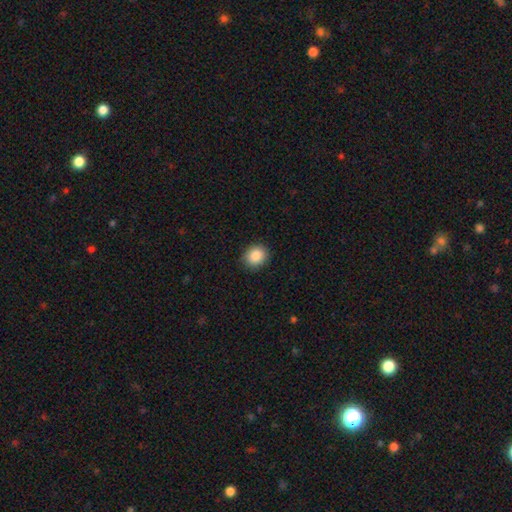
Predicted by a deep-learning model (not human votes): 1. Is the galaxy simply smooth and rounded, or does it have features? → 89% smooth, 8% star or artifact, 3% featured or disk.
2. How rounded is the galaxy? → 69% round, 30% in between, 1% cigar-shaped.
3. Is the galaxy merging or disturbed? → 89% none, 8% minor disturbance, 2% major disturbance, 1% merger.